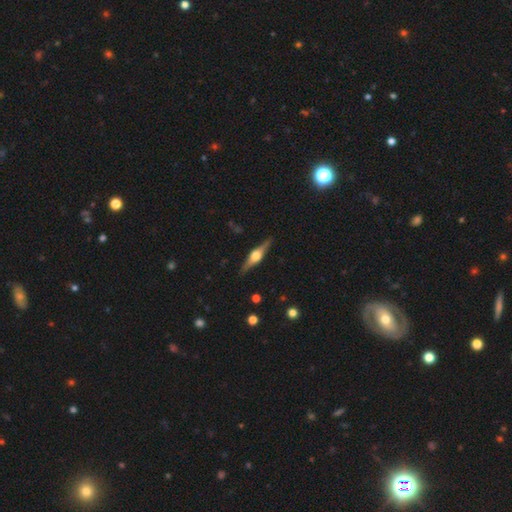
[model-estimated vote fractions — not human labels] Smooth or featured: featured or disk — 79% (smooth — 15%)
Edge-on disk: yes — 98% (no — 2%)
Edge-on bulge: rounded — 93% (boxy — 5%)
Merging: none — 90% (minor disturbance — 7%)